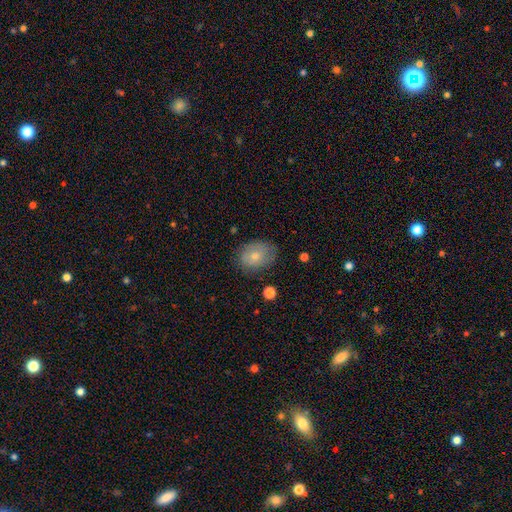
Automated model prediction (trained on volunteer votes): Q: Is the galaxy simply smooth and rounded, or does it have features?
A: smooth — 62%.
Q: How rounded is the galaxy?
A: in between — 63%.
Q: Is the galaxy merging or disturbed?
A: none — 77%.